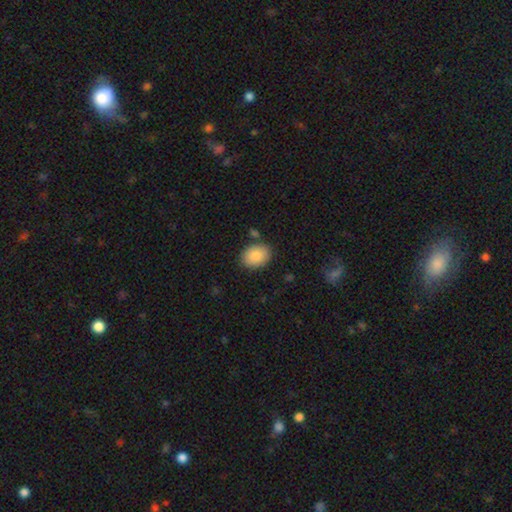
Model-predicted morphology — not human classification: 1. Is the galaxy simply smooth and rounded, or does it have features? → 86% smooth, 8% featured or disk, 7% star or artifact.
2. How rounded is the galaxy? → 70% in between, 30% round, 1% cigar-shaped.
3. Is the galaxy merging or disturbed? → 81% none, 12% minor disturbance, 4% merger, 3% major disturbance.